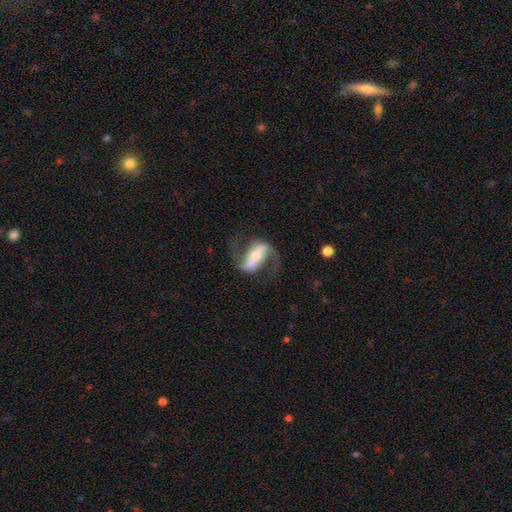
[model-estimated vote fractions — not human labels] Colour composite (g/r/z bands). It shows a featured or disk galaxy (84%) with a strong bar (69%), 2 (92%) loose (51%) spiral arms (93%) and a moderate central bulge (47%). Merging: none (69%).